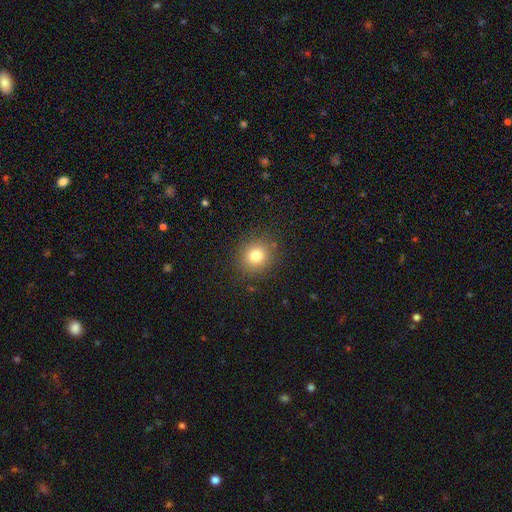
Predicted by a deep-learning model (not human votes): smooth_or_featured: smooth (p=0.79) [alt: star or artifact p=0.13]
how_rounded: round (p=0.84) [alt: in between p=0.15]
merging: none (p=0.87) [alt: minor disturbance p=0.08]